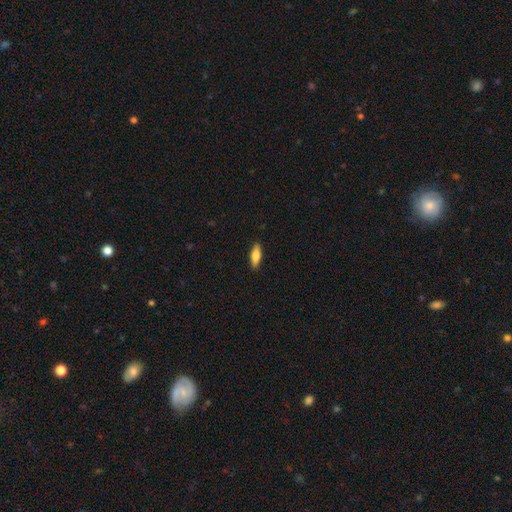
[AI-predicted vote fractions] Morphology: type=smooth (68%); roundness=in between (49%, tied with cigar-shaped); merging=none (89%).